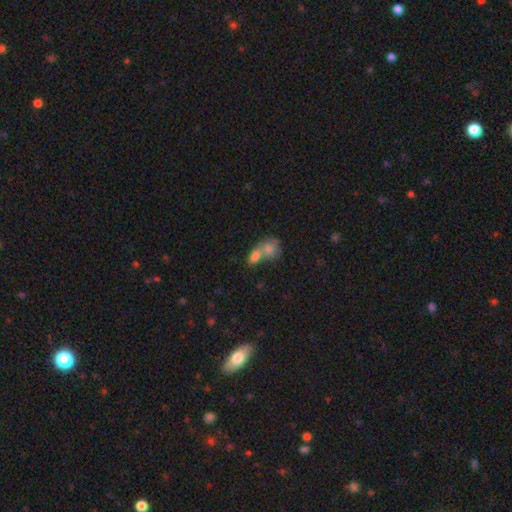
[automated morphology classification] Q: Smooth or featured?
A: smooth (78%); runner-up: featured or disk (14%)
Q: How rounded?
A: in between (76%); runner-up: round (20%)
Q: Merging?
A: merger (67%); runner-up: none (22%)